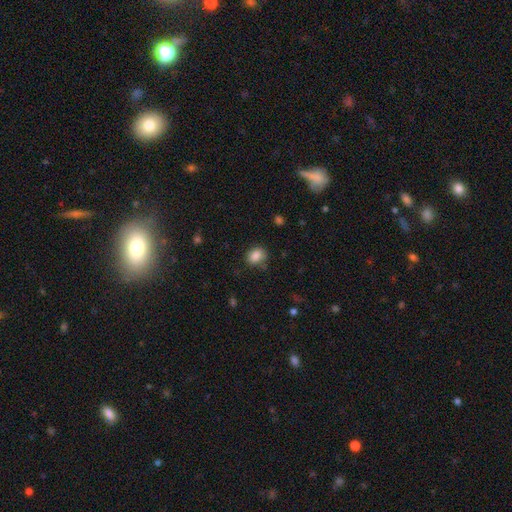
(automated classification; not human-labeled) This appears to be a smooth galaxy with no disk features (86%) that is in between round and cigar-shaped (51%). Merging: none (75%).